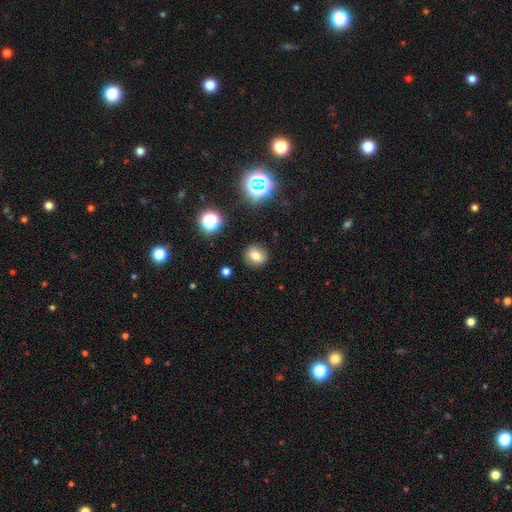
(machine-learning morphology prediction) This appears to be a smooth galaxy with no disk features (72%) that is round (75%). Merging: none (88%).